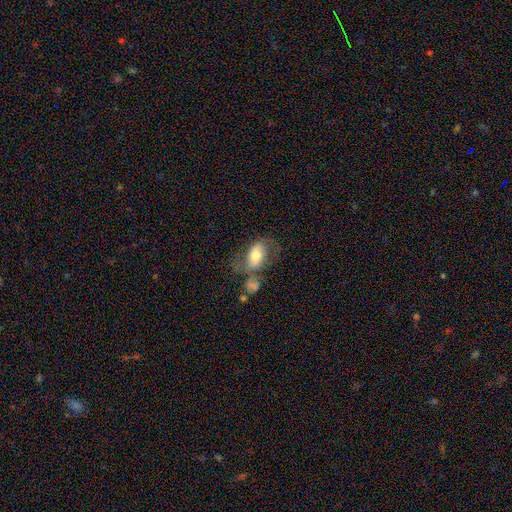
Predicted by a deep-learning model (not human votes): Smooth or featured? Predicted: smooth (p=0.54). How rounded? Predicted: in between (p=0.87). Merging? Predicted: none (p=0.40).